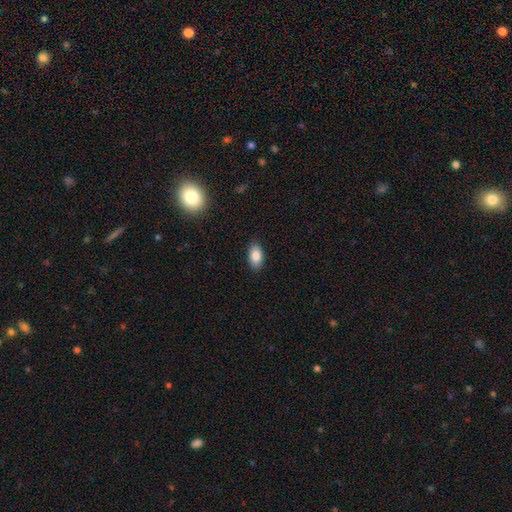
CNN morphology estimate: This is clearly a smooth galaxy (85%). How rounded: clearly in between (92%). Merging: clearly none (88%).